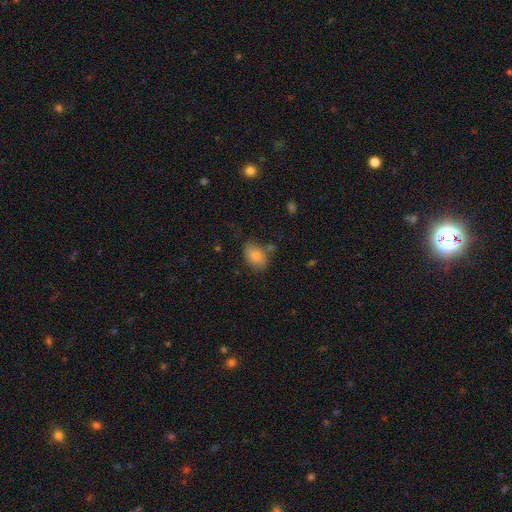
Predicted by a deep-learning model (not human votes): smooth 84%, featured or disk 8%, star or artifact 8%. Down the decision tree: how rounded — in between (82%); merging — none (66%).